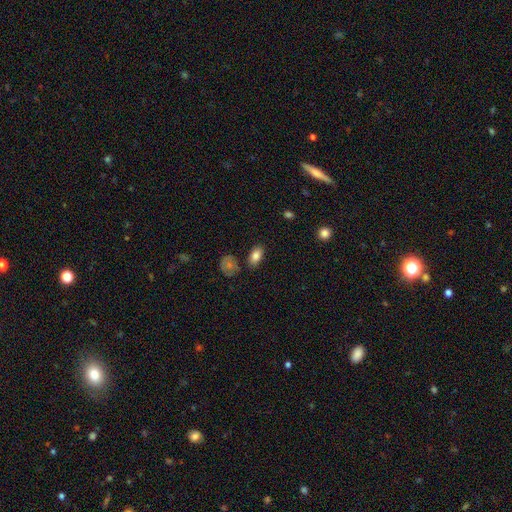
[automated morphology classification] The model was most divided on "merging": none: 81%, minor disturbance: 12%, merger: 4%, major disturbance: 3%. More confident: how rounded — in between (90%); smooth or featured — smooth (83%).